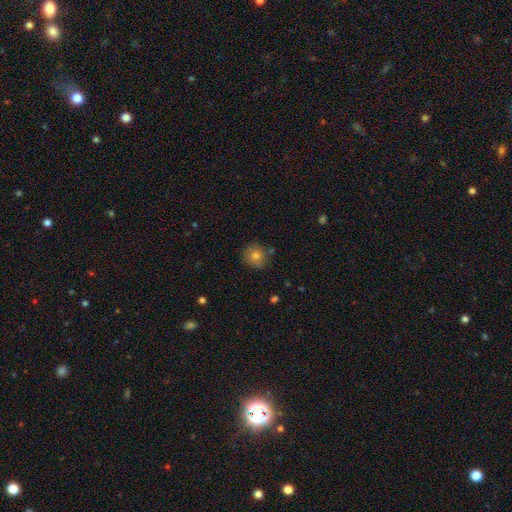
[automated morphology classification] smooth_or_featured: smooth (p=0.78) [alt: star or artifact p=0.11]
how_rounded: round (p=0.88) [alt: in between p=0.11]
merging: none (p=0.80) [alt: minor disturbance p=0.14]